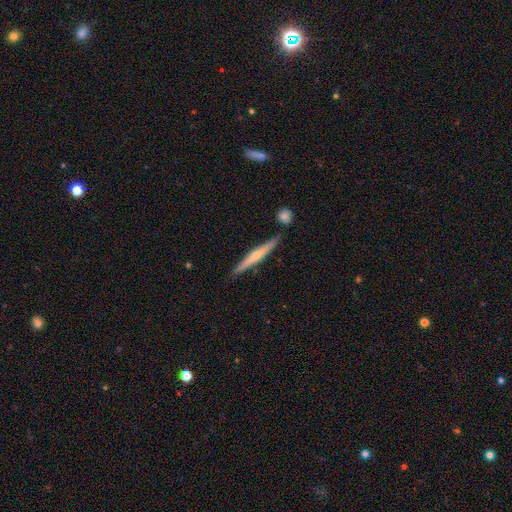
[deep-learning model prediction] smooth-or-featured: featured or disk: 54% | smooth: 41% | star or artifact: 6%
  disk-edge-on: yes: 96% | no: 4%
    edge-on-bulge: rounded: 56% | none: 36% | boxy: 7%
  merging: none: 83% | minor disturbance: 10% | merger: 5% | major disturbance: 2%